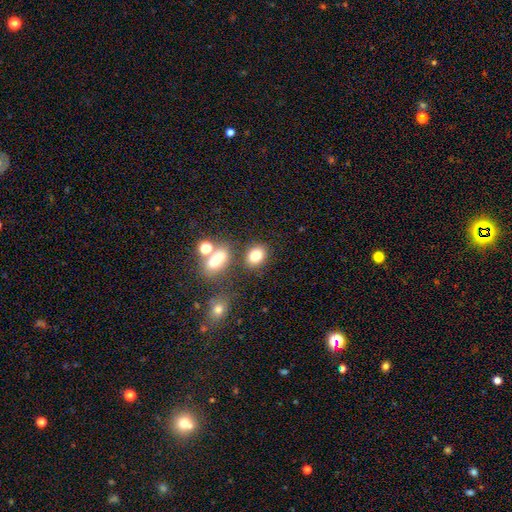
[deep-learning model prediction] This is likely a smooth galaxy (79%). How rounded: possibly in between (53%). Merging: likely none (73%).